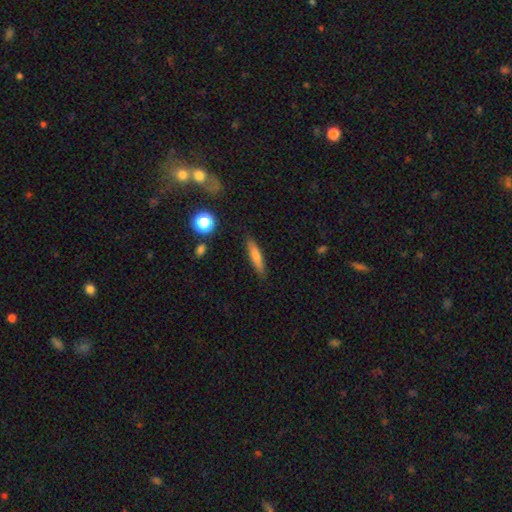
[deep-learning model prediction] Smooth or featured? smooth (70%)
How rounded? cigar-shaped (85%)
Merging? none (87%)